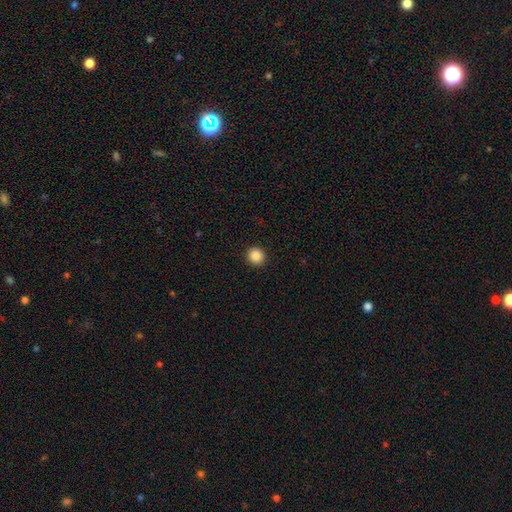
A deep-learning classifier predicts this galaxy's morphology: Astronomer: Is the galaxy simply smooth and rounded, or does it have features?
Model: smooth — 87%.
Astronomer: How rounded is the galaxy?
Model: round — 94%.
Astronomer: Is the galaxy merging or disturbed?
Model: none — 93%.